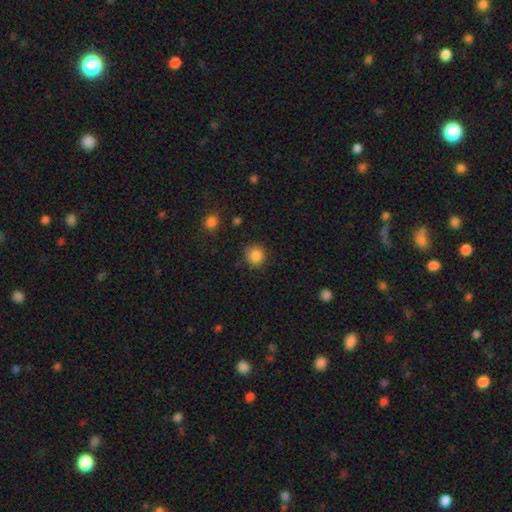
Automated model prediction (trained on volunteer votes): Overall: smooth (87%). How rounded: round (88%). Merging: none (85%).